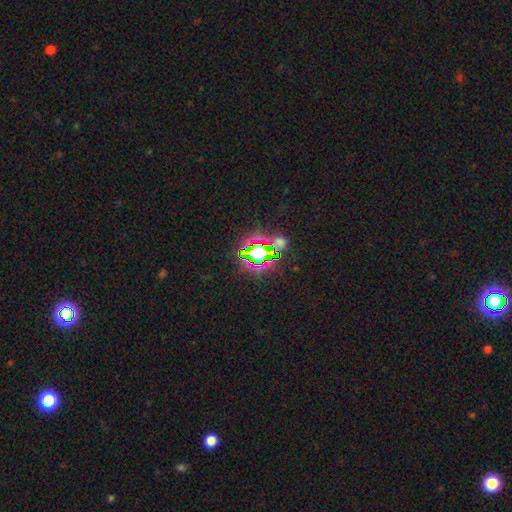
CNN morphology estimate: Smooth or featured? star or artifact (77%)